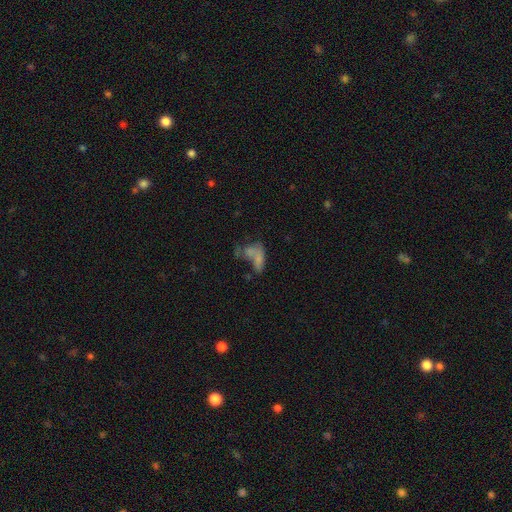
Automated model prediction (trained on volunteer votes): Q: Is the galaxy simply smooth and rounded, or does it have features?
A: smooth — 57%.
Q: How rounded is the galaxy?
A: in between — 81%.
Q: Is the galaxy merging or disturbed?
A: merger — 46%.